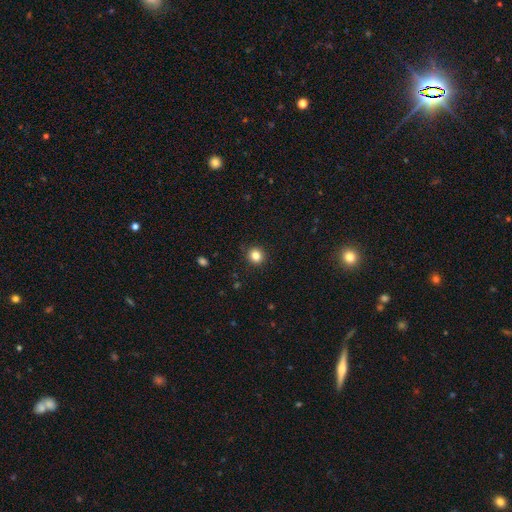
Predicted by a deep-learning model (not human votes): Smooth or featured? Predicted: smooth (p=0.83). How rounded? Predicted: round (p=0.89). Merging? Predicted: none (p=0.89).